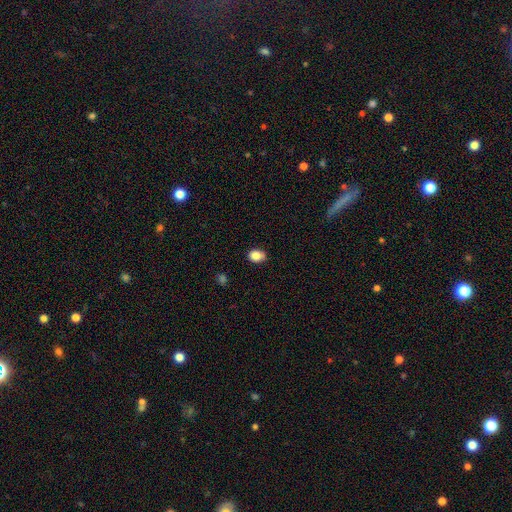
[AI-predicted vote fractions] smooth_or_featured: smooth (p=0.85) [alt: star or artifact p=0.10]
how_rounded: in between (p=0.54) [alt: round p=0.45]
merging: none (p=0.77) [alt: minor disturbance p=0.18]